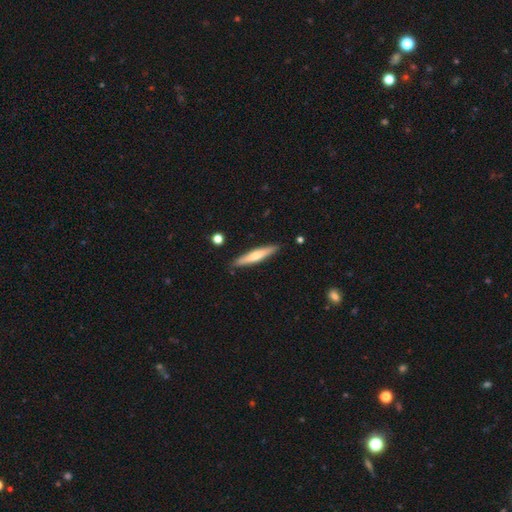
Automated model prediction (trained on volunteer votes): smooth_or_featured: smooth (p=0.52) [alt: featured or disk p=0.43]
how_rounded: cigar-shaped (p=0.90) [alt: in between p=0.09]
merging: none (p=0.88) [alt: minor disturbance p=0.08]